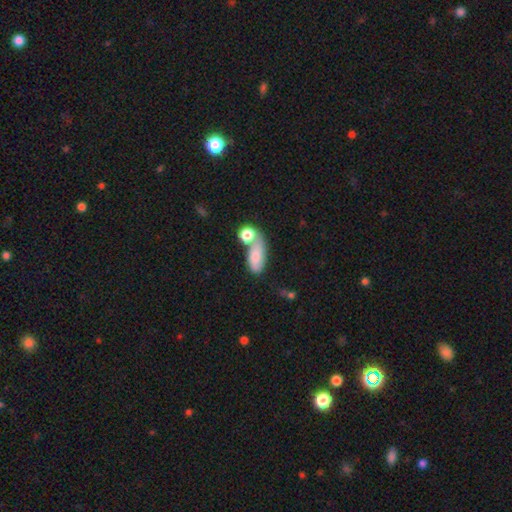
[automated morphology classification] Smooth or featured: smooth — 77% (featured or disk — 15%)
How rounded: in between — 81% (cigar-shaped — 11%)
Merging: merger — 42% (none — 33%)